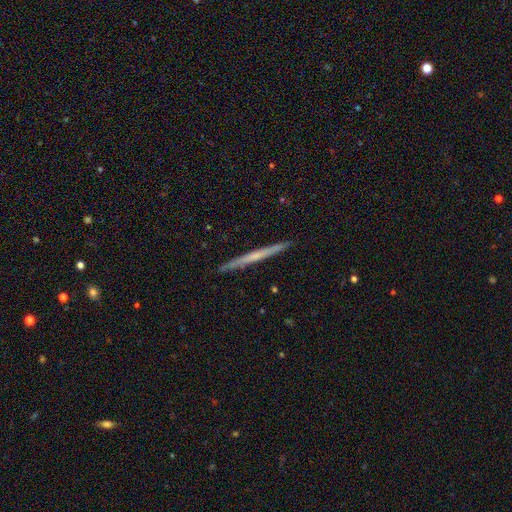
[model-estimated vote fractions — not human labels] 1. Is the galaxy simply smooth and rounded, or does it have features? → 57% featured or disk, 37% smooth, 6% star or artifact.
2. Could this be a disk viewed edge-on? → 98% yes, 2% no.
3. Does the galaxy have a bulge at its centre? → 74% none, 21% rounded, 5% boxy.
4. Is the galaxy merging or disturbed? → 92% none, 6% minor disturbance, 1% major disturbance, 1% merger.